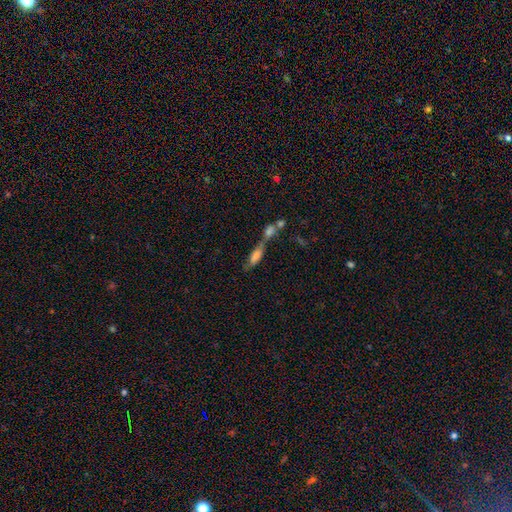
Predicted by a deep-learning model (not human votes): smooth-or-featured: smooth: 64% | featured or disk: 24% | star or artifact: 12%
  how-rounded: in between: 53% | cigar-shaped: 43% | round: 4%
  merging: merger: 69% | none: 16% | major disturbance: 8% | minor disturbance: 7%